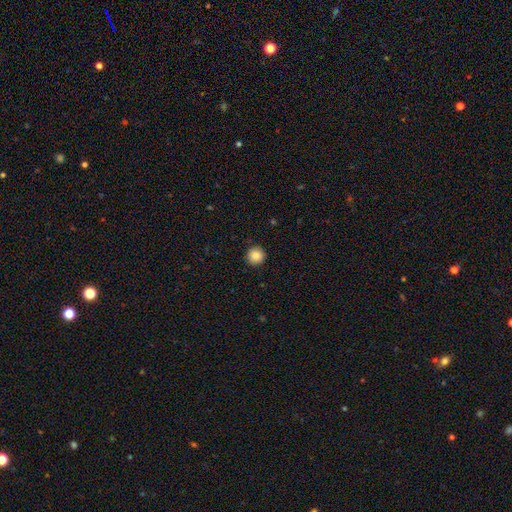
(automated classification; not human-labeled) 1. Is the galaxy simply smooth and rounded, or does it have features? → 86% smooth, 10% star or artifact, 4% featured or disk.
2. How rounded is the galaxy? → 95% round, 4% in between, 1% cigar-shaped.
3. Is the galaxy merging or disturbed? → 91% none, 6% minor disturbance, 2% major disturbance, 1% merger.